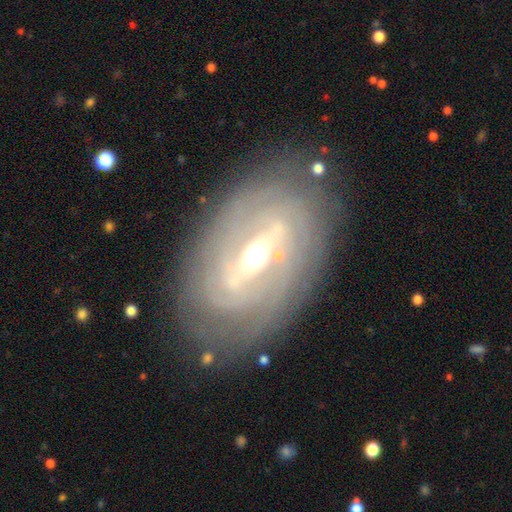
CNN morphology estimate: A featured or disk galaxy (83%) with a strong bar (47%), tight (65%) spiral arms (81%) and a moderate central bulge (66%).

Vote fractions:
- Smooth or featured? featured or disk: 83% / smooth: 10% / star or artifact: 6%
- Edge-on disk? no: 91% / yes: 9%
- Bar? strong: 47% / weak: 36% / no: 17%
- Spiral arms? yes: 81% / no: 19%
- Spiral winding? tight: 65% / medium: 24% / loose: 11%
- Spiral arm count? can't tell: 41% / 2: 35% / 3: 9% / 4: 6% / 1: 5% / more than 4: 5%
- Bulge size? moderate: 66% / small: 26% / large: 6% / dominant: 1% / none: 1%
- Merging? none: 72% / minor disturbance: 18% / major disturbance: 7% / merger: 2%